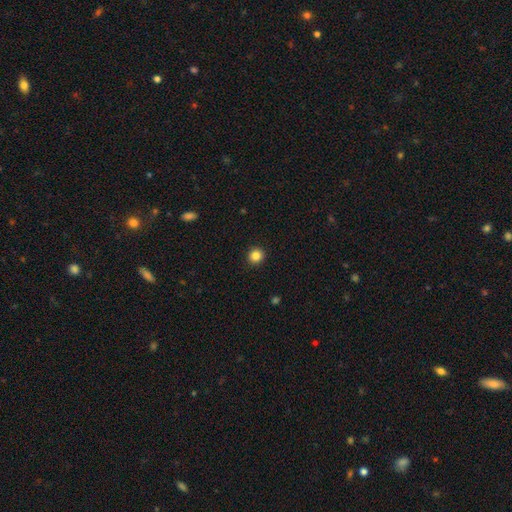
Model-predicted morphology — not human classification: Overall: smooth (85%). How rounded: round (93%). Merging: none (93%).